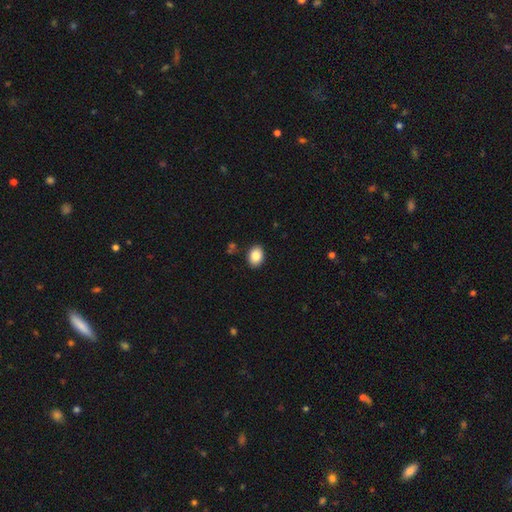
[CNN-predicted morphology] Smooth or featured?
  - smooth: 86% *
  - star or artifact: 8%
  - featured or disk: 6%
How rounded?
  - in between: 73% *
  - round: 26%
  - cigar-shaped: 1%
Merging?
  - none: 88% *
  - minor disturbance: 8%
  - major disturbance: 2%
  - merger: 2%